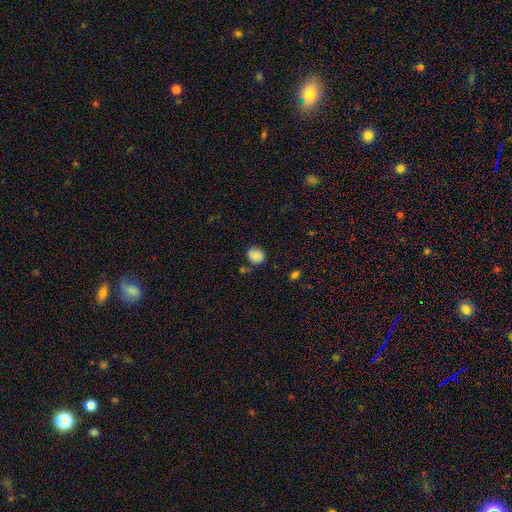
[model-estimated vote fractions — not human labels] A smooth galaxy with no disk features (84%) that is round (69%). Merging: none (70%).